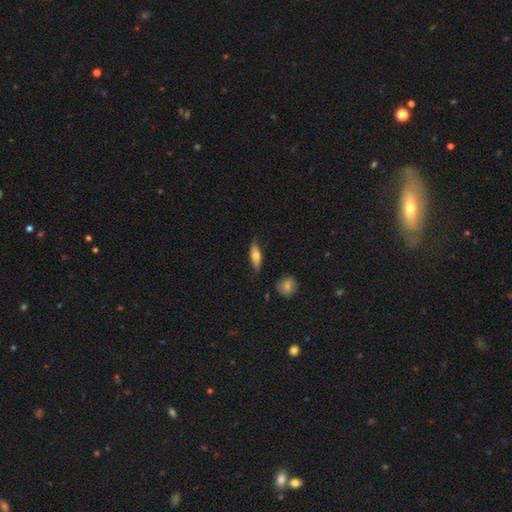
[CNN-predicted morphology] The model was most divided on "how rounded": in between: 63%, cigar-shaped: 34%, round: 3%. More confident: merging — none (77%); smooth or featured — smooth (64%).